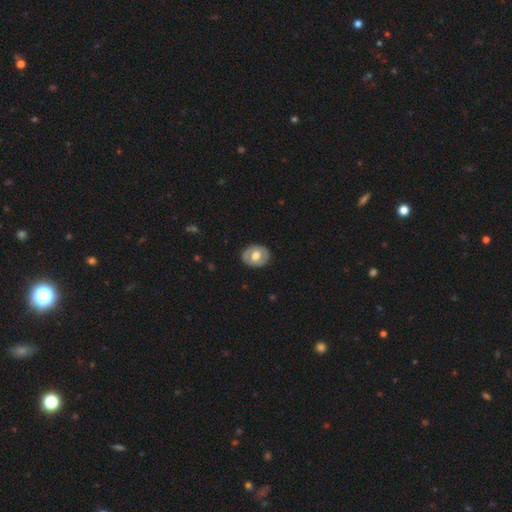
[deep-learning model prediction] A smooth galaxy with no disk features (50%) that is round (50%). Merging: none (86%).